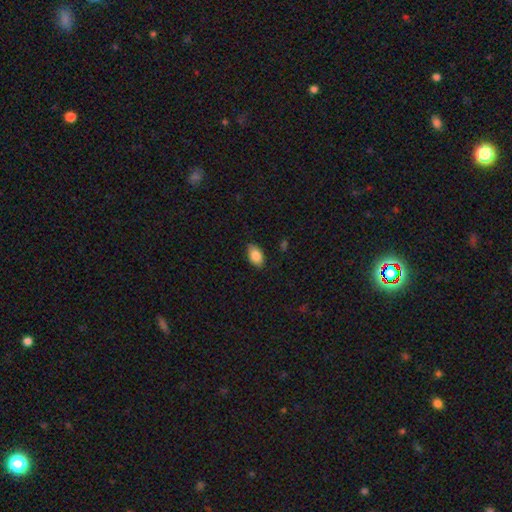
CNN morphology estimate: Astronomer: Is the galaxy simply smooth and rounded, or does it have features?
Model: smooth — 86%.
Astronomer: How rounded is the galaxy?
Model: in between — 91%.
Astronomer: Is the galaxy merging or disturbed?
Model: none — 84%.